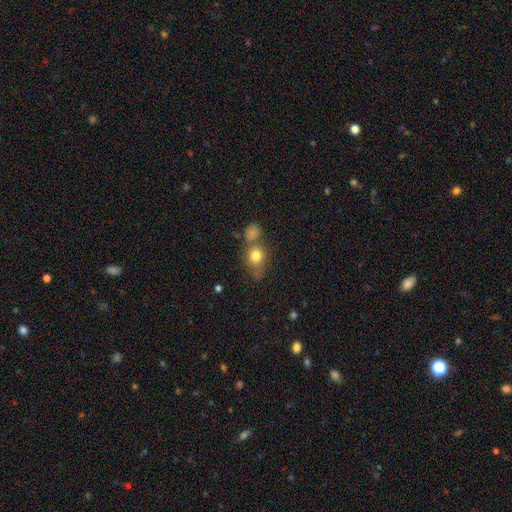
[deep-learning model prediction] Morphology: type=smooth (78%); roundness=round (70%); merging=none (53%).